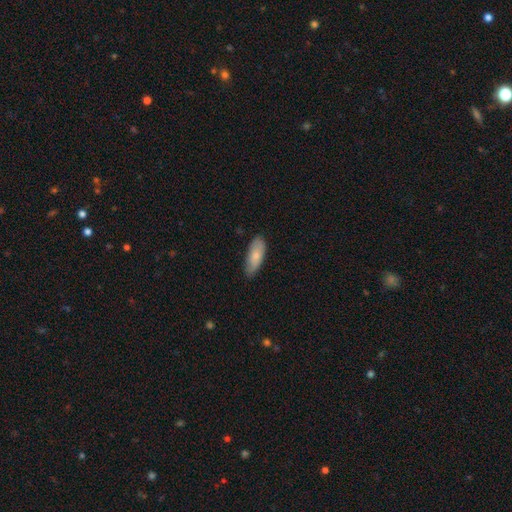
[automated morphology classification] smooth-or-featured: smooth: 78% | featured or disk: 16% | star or artifact: 6%
  how-rounded: in between: 74% | cigar-shaped: 24% | round: 2%
  merging: none: 75% | minor disturbance: 21% | major disturbance: 3% | merger: 1%